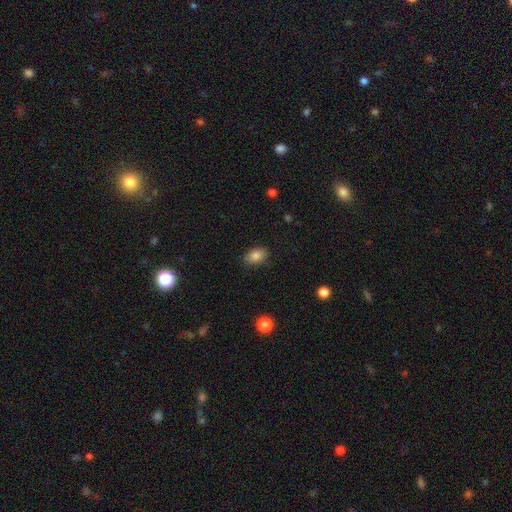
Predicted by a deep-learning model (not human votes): smooth_or_featured: smooth (p=0.84) [alt: star or artifact p=0.09]
how_rounded: in between (p=0.85) [alt: round p=0.14]
merging: none (p=0.84) [alt: minor disturbance p=0.12]